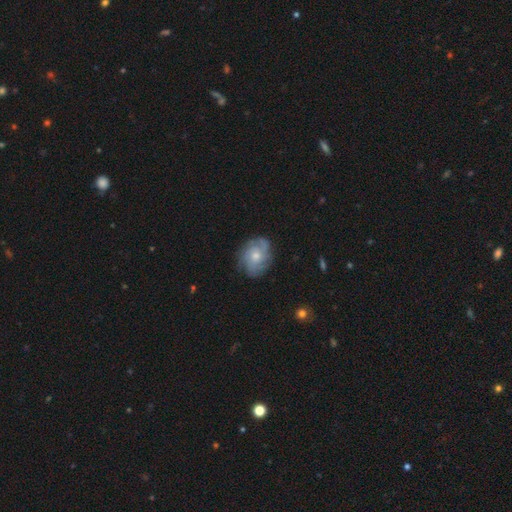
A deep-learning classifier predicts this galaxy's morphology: This is likely a featured or disk galaxy (66%). It is clearly not viewed edge-on (97%). Bar: clearly no (81%). Spiral arm pattern: clearly yes (89%). Spiral arm count: marginally can't tell (39%). Spiral winding: possibly tight (55%). Central bulge: possibly moderate (52%). Merging: likely none (75%).